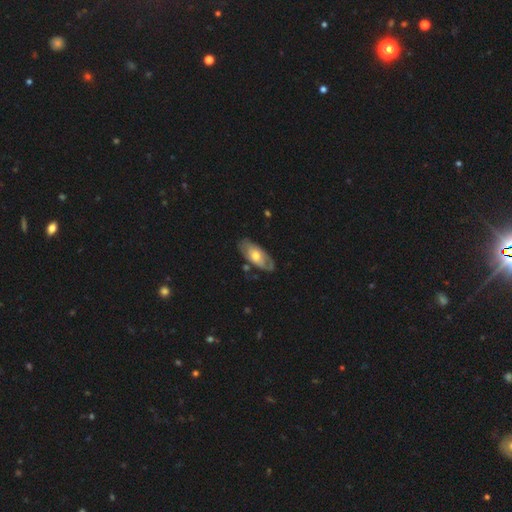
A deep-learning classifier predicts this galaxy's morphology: Smooth or featured? featured or disk (53%)
Edge-on disk? no (83%)
Merging? none (72%)